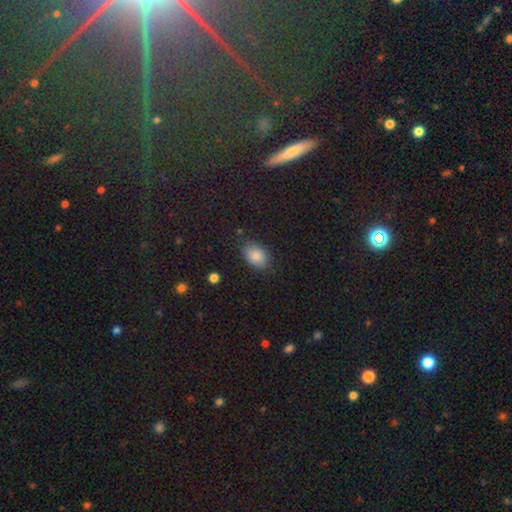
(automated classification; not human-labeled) Smooth or featured? Predicted: smooth (p=0.84). How rounded? Predicted: in between (p=0.84). Merging? Predicted: none (p=0.84).